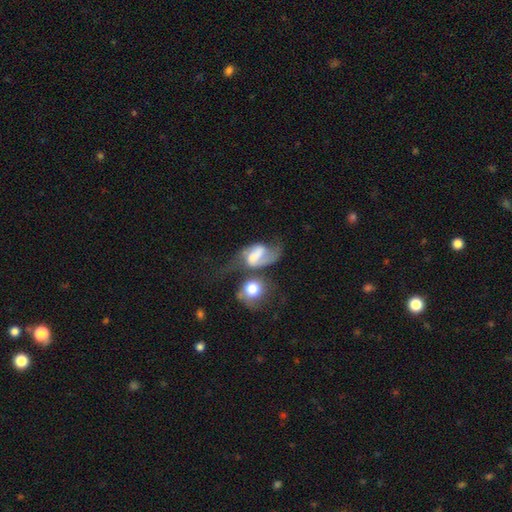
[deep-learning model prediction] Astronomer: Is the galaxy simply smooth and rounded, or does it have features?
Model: featured or disk — 67%.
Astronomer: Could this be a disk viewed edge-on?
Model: no — 96%.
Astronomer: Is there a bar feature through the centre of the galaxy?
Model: weak — 39% (runner-up: strong, 37%).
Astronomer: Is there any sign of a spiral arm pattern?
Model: yes — 86%.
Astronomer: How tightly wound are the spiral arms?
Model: loose — 56% (runner-up: medium, 33%).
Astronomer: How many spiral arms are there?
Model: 2 — 74%.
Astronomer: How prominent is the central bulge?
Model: moderate — 28% (runner-up: large, 23%).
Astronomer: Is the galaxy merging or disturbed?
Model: merger — 40% (runner-up: major disturbance, 24%).